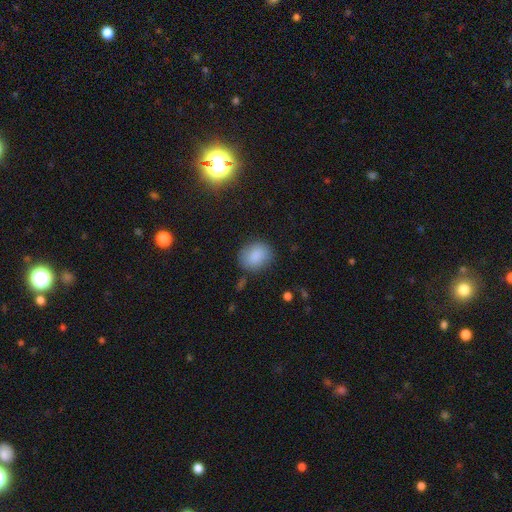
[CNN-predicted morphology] This is clearly a smooth galaxy (87%). How rounded: possibly round (60%). Merging: likely none (79%).